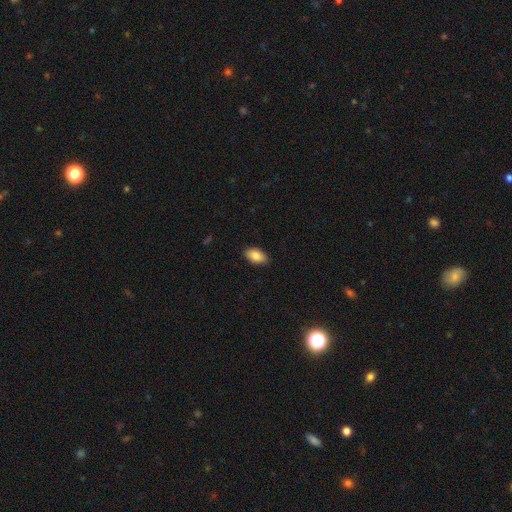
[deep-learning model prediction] smooth-or-featured: smooth: 87% | star or artifact: 7% | featured or disk: 6%
  how-rounded: in between: 94% | round: 5% | cigar-shaped: 2%
  merging: none: 88% | minor disturbance: 9% | major disturbance: 2% | merger: 1%